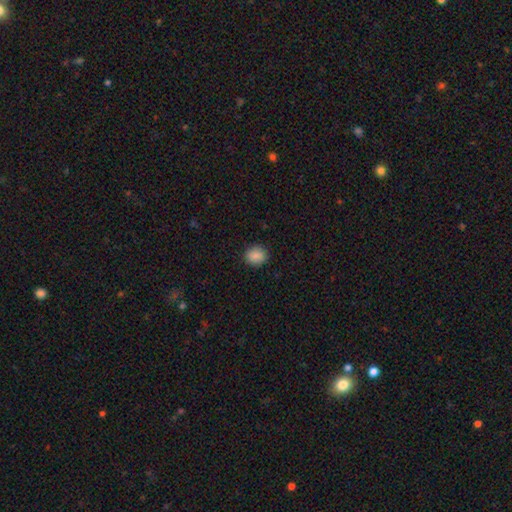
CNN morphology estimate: The model was most divided on "how rounded": round: 74%, in between: 25%, cigar-shaped: 1%. More confident: merging — none (90%); smooth or featured — smooth (88%).